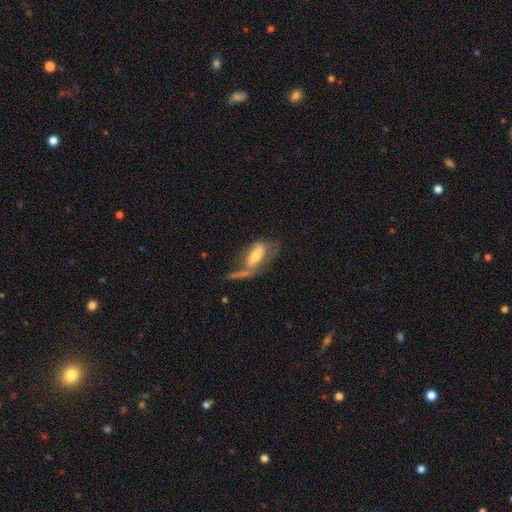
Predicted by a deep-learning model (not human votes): This appears to be a smooth galaxy with no disk features (52%) that is in between round and cigar-shaped (83%). Merging: major disturbance (30%).